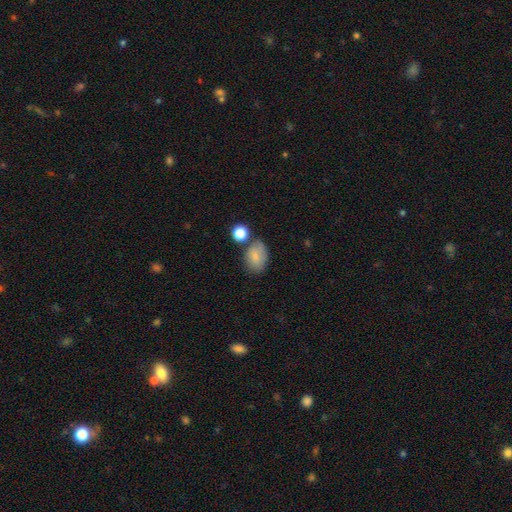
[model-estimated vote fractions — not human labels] Morphology: type=smooth (81%); roundness=in between (79%); merging=none (60%).